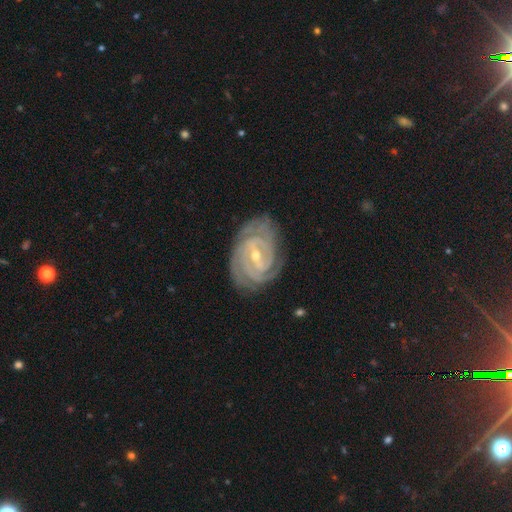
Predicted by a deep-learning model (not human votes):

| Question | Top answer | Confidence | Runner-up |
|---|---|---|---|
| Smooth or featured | featured or disk | 92% | star or artifact (4%) |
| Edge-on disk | no | 97% | yes (3%) |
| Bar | weak | 46% | strong (38%) |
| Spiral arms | yes | 98% | no (2%) |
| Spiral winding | tight | 80% | medium (17%) |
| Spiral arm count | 3 | 25% | 2 (21%) |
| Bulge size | small | 56% | moderate (42%) |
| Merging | none | 80% | minor disturbance (15%) |